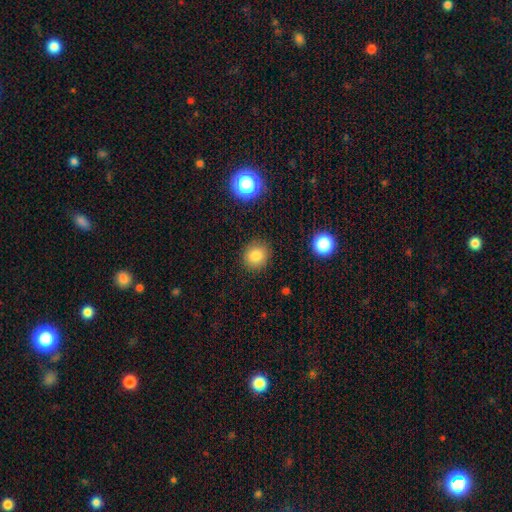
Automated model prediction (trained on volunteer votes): Morphology: type=smooth (83%); roundness=round (84%); merging=none (88%).